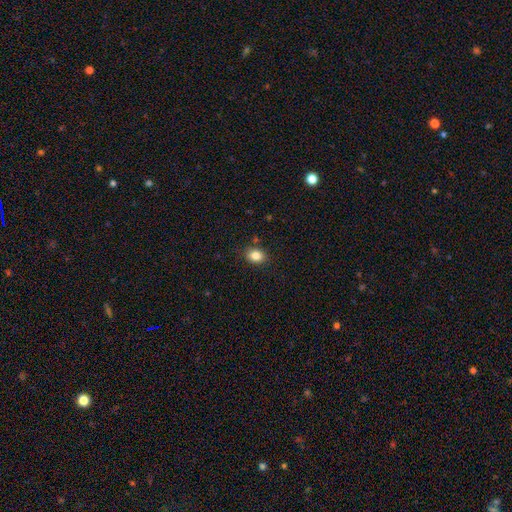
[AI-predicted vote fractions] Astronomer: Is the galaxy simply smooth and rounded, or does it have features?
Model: smooth — 84%.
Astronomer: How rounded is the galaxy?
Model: in between — 60% (runner-up: round, 39%).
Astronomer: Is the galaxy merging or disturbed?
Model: none — 85%.